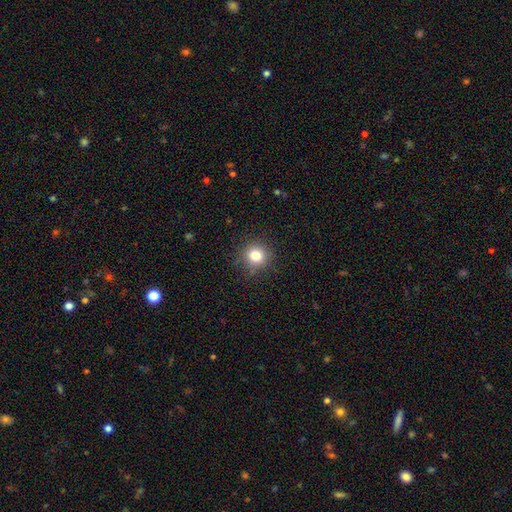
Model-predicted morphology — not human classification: smooth_or_featured: smooth (p=0.81) [alt: star or artifact p=0.12]
how_rounded: round (p=0.91) [alt: in between p=0.08]
merging: none (p=0.89) [alt: minor disturbance p=0.07]